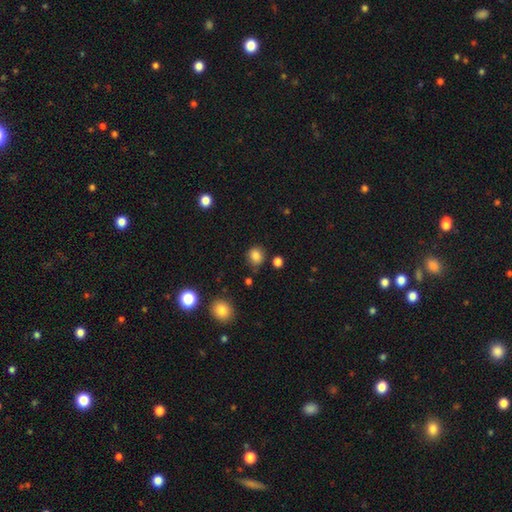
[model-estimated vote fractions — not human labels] This appears to be a smooth galaxy with no disk features (83%) that is round (71%). Merging: none (78%).